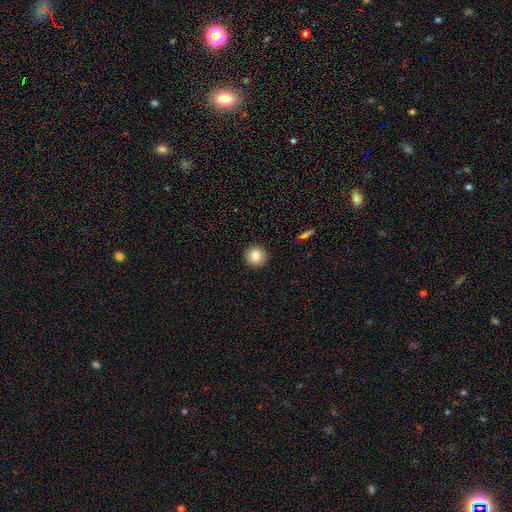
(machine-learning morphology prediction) The model was most divided on "smooth or featured": smooth: 83%, star or artifact: 9%, featured or disk: 8%. More confident: how rounded — round (94%); merging — none (92%).